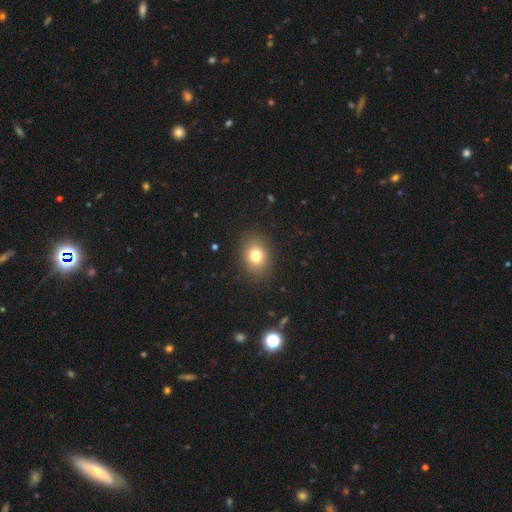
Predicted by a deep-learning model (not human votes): A smooth galaxy with no disk features (78%) that is in between round and cigar-shaped (59%).

Vote fractions:
- Smooth or featured? smooth: 78% / star or artifact: 12% / featured or disk: 10%
- How rounded? in between: 59% / round: 40% / cigar-shaped: 1%
- Merging? none: 88% / minor disturbance: 8% / major disturbance: 3% / merger: 1%